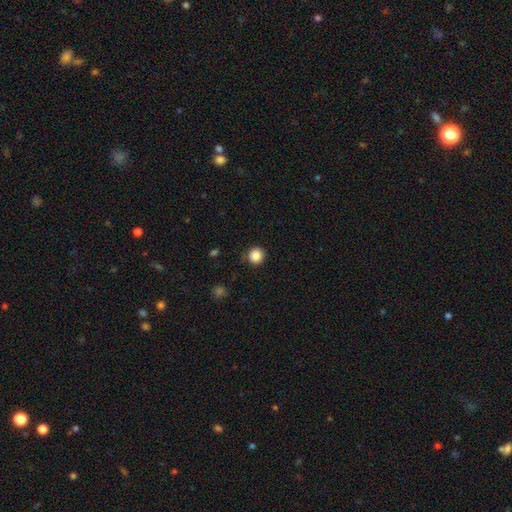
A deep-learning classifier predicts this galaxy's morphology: This appears to be a smooth galaxy with no disk features (86%) that is round (94%). Merging: none (87%).